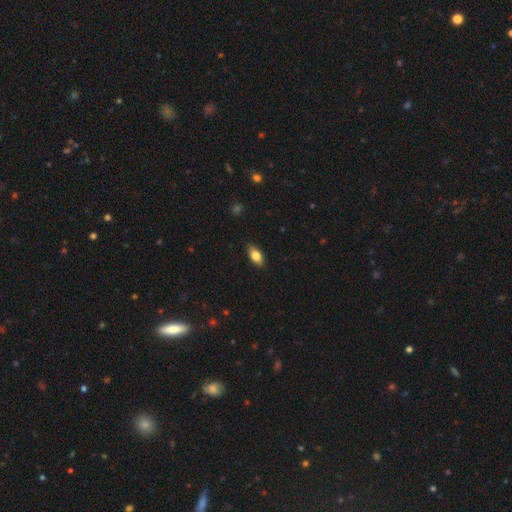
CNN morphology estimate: smooth 82%, featured or disk 11%, star or artifact 7%. Down the decision tree: how rounded — in between (89%); merging — none (88%).